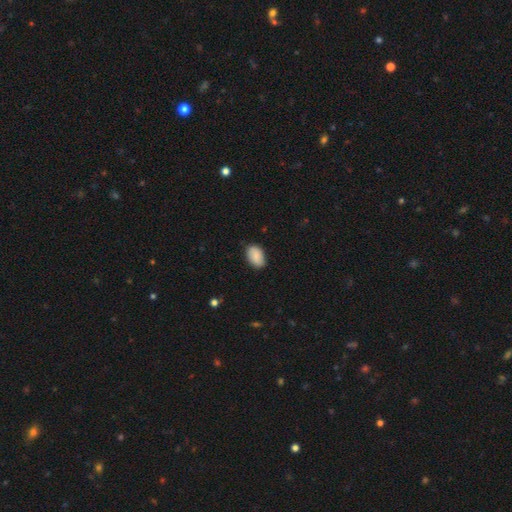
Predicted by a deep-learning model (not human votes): smooth_or_featured: smooth (p=0.84) [alt: featured or disk p=0.09]
how_rounded: in between (p=0.89) [alt: round p=0.09]
merging: none (p=0.82) [alt: minor disturbance p=0.15]